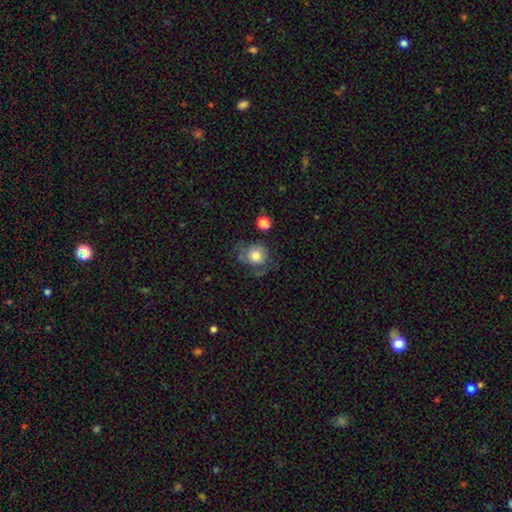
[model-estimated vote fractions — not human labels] The model was most divided on "merging": none: 47%, minor disturbance: 27%, major disturbance: 21%, merger: 5%. More confident: how rounded — round (76%); smooth or featured — smooth (70%).